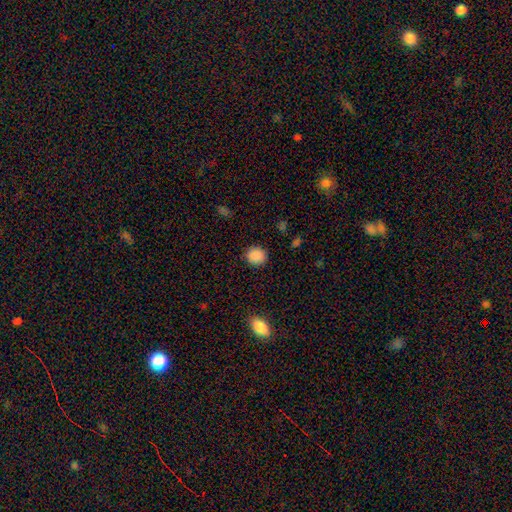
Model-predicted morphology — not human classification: This is clearly a smooth galaxy (89%). How rounded: likely round (79%). Merging: clearly none (88%).